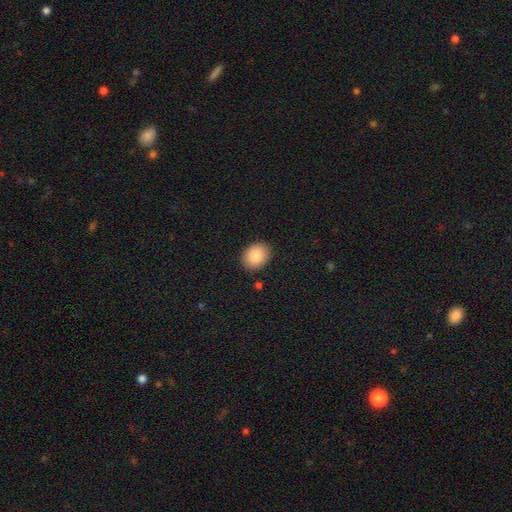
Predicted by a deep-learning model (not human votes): Smooth or featured: smooth — 86% (star or artifact — 7%)
How rounded: in between — 60% (round — 39%)
Merging: none — 88% (minor disturbance — 9%)